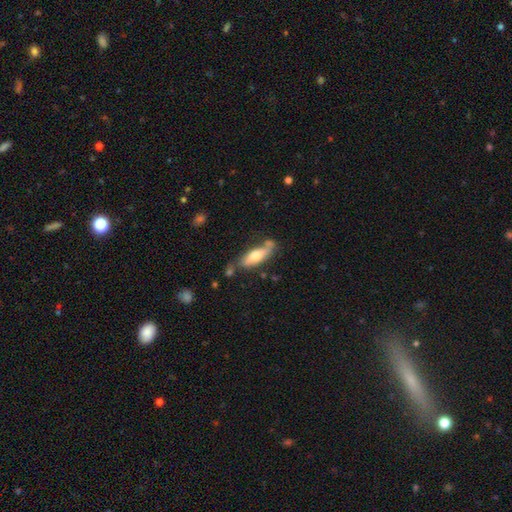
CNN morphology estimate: smooth_or_featured: smooth (p=0.60) [alt: featured or disk p=0.34]
how_rounded: in between (p=0.60) [alt: cigar-shaped p=0.38]
merging: none (p=0.57) [alt: minor disturbance p=0.23]